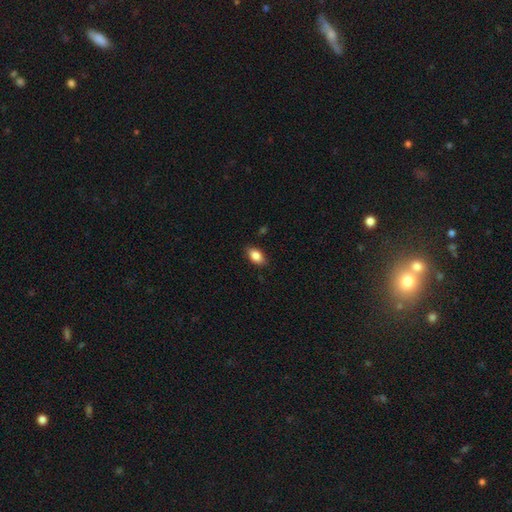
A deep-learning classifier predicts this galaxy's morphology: smooth-or-featured: smooth: 84% | featured or disk: 8% | star or artifact: 8%
  how-rounded: in between: 88% | round: 8% | cigar-shaped: 4%
  merging: none: 85% | minor disturbance: 12% | major disturbance: 2% | merger: 1%